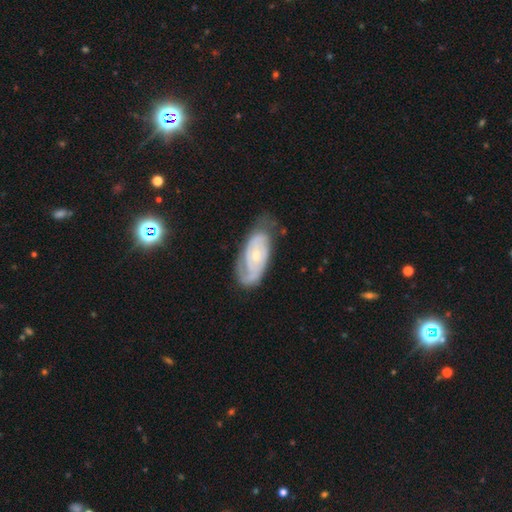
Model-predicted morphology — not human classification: smooth_or_featured: featured or disk (p=0.78) [alt: smooth p=0.17]
disk_edge_on: no (p=0.94) [alt: yes p=0.06]
bar: no (p=0.72) [alt: weak p=0.23]
has_spiral_arms: yes (p=0.89) [alt: no p=0.11]
spiral_winding: tight (p=0.62) [alt: medium p=0.28]
spiral_arm_count: 2 (p=0.46) [alt: can't tell p=0.31]
bulge_size: small (p=0.62) [alt: moderate p=0.34]
merging: none (p=0.60) [alt: minor disturbance p=0.26]